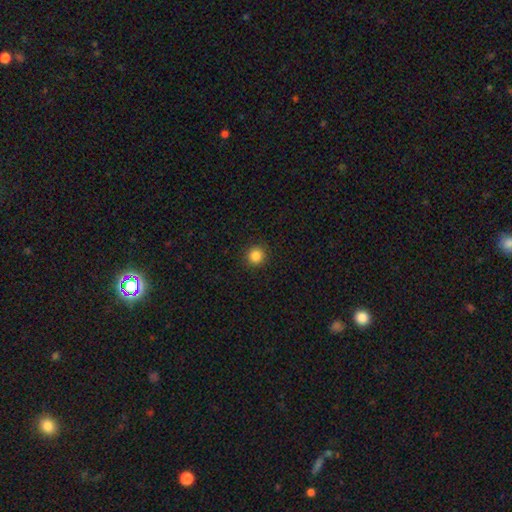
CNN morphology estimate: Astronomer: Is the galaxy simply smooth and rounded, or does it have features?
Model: smooth — 85%.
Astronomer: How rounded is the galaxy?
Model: round — 94%.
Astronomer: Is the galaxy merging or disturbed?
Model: none — 92%.